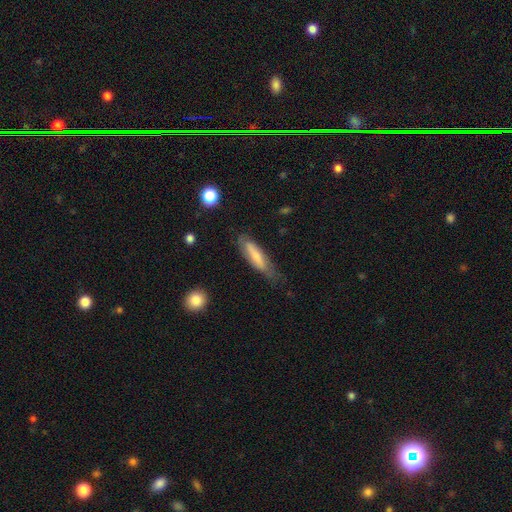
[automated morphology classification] Smooth or featured: smooth — 63% (featured or disk — 30%)
How rounded: cigar-shaped — 66% (in between — 33%)
Merging: none — 61% (minor disturbance — 28%)